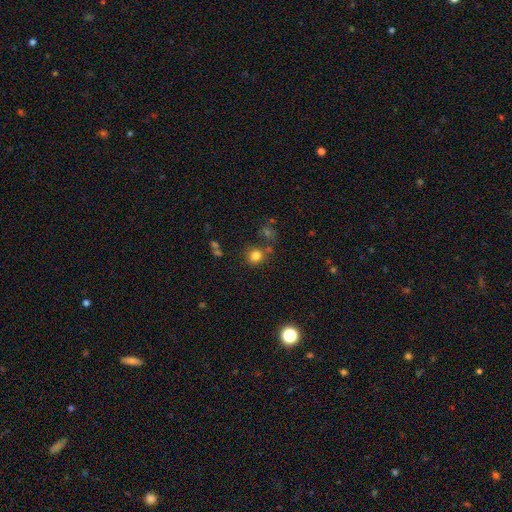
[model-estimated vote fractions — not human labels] Smooth or featured? Predicted: smooth (p=0.80). How rounded? Predicted: round (p=0.86). Merging? Predicted: none (p=0.72).